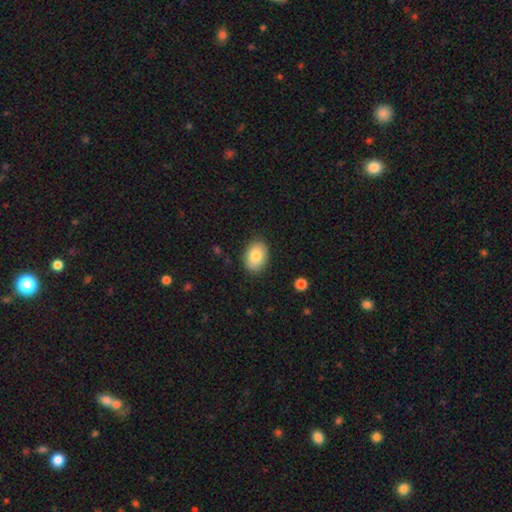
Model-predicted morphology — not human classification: A smooth galaxy with no disk features (84%) that is in between round and cigar-shaped (82%). Merging: none (87%).